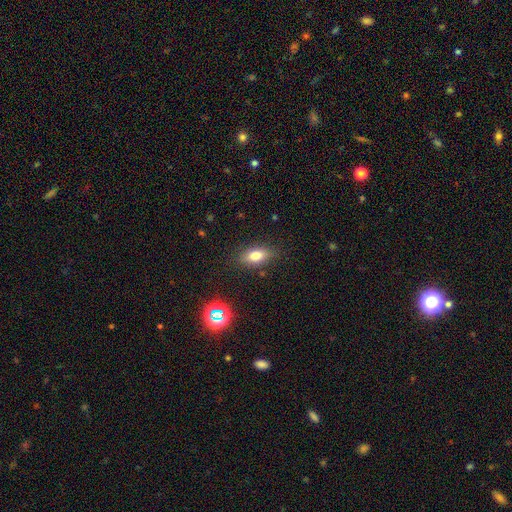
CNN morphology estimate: smooth_or_featured: smooth (p=0.75) [alt: featured or disk p=0.14]
how_rounded: in between (p=0.82) [alt: cigar-shaped p=0.10]
merging: none (p=0.83) [alt: minor disturbance p=0.12]